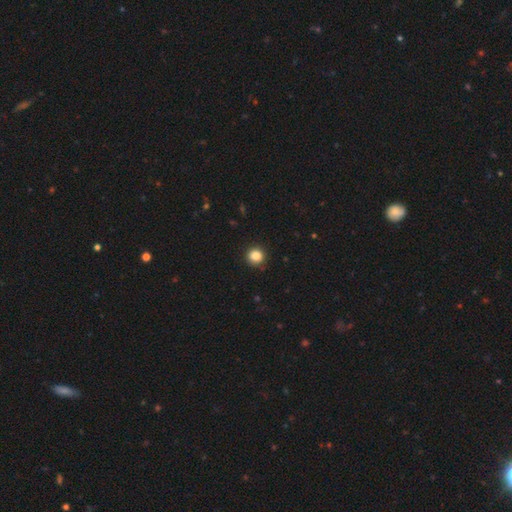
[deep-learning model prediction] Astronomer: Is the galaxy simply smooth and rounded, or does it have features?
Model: smooth — 85%.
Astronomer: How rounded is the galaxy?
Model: round — 93%.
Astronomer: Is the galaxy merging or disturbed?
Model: none — 91%.